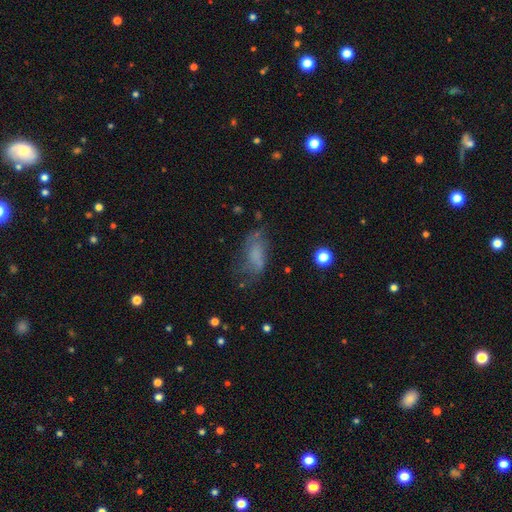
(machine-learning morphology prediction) Smooth or featured? smooth (51%)
How rounded? in between (84%)
Merging? none (45%)